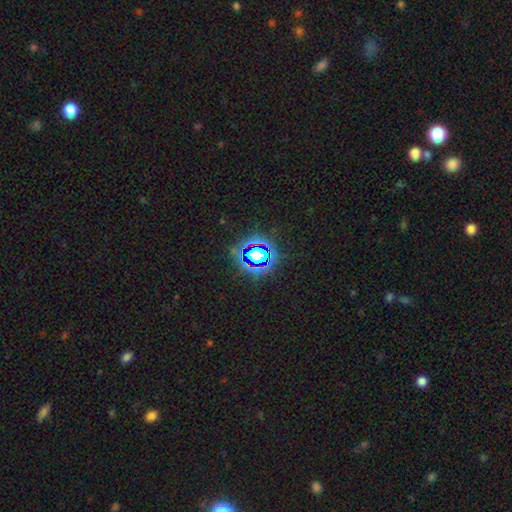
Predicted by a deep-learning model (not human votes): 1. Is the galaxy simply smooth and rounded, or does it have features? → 79% star or artifact, 14% smooth, 7% featured or disk.